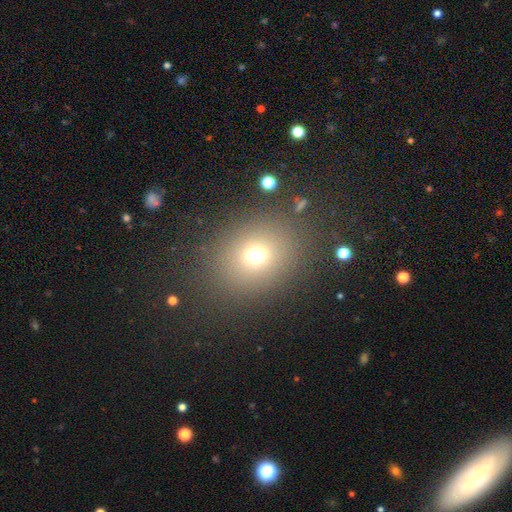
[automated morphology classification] Smooth or featured? smooth (70%)
How rounded? round (65%)
Merging? none (81%)